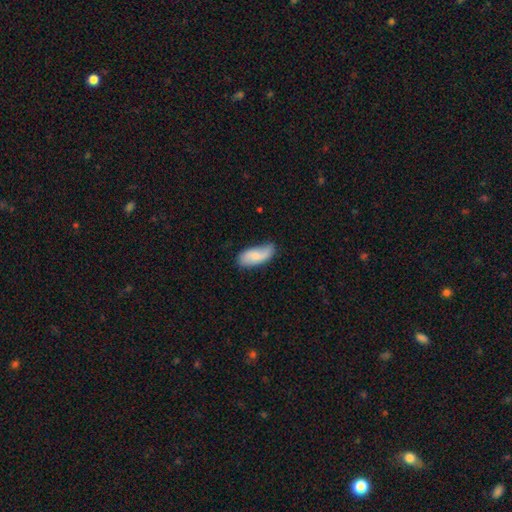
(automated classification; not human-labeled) Smooth or featured?
  - smooth: 64% *
  - featured or disk: 30%
  - star or artifact: 6%
How rounded?
  - in between: 88% *
  - cigar-shaped: 10%
  - round: 2%
Merging?
  - none: 61% *
  - minor disturbance: 31%
  - major disturbance: 7%
  - merger: 2%